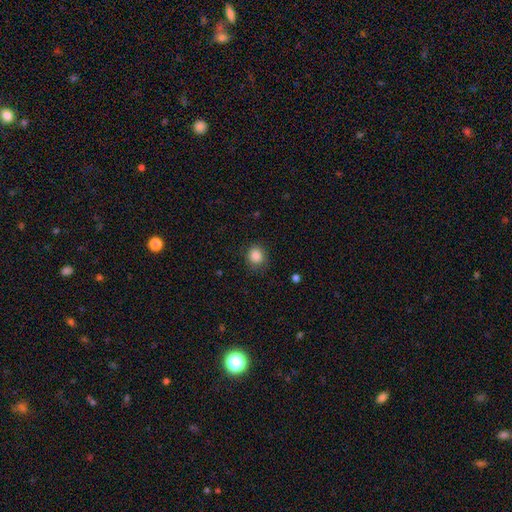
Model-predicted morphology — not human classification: The model was most divided on "how rounded": round: 79%, in between: 20%, cigar-shaped: 1%. More confident: smooth or featured — smooth (87%); merging — none (83%).